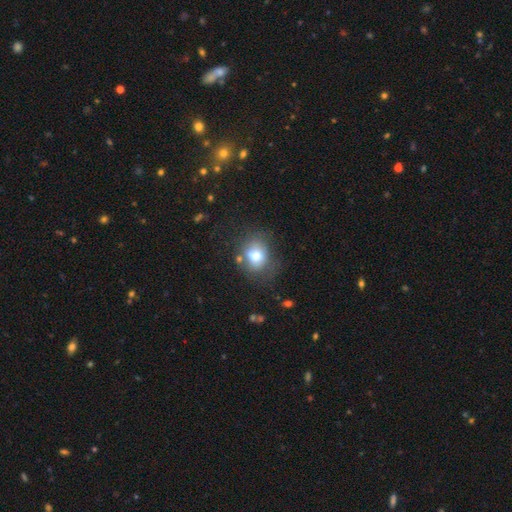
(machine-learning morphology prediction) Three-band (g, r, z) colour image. It shows a smooth galaxy with no disk features (72%) that is round (51%). Merging: none (57%).